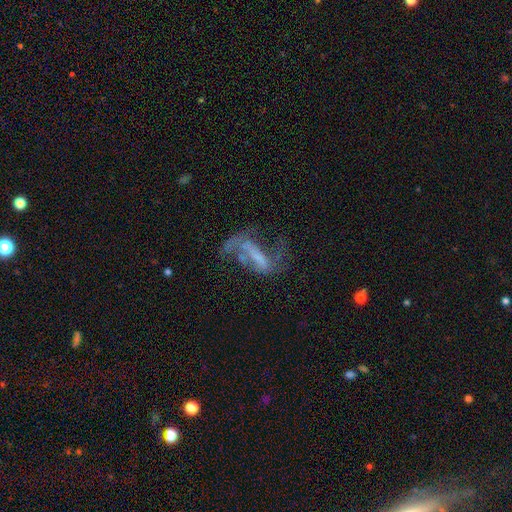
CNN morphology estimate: This appears to be a featured or disk galaxy (67%) with a strong bar (38%), spiral arms (60%) and no central bulge (56%). Merging: major disturbance (44%).